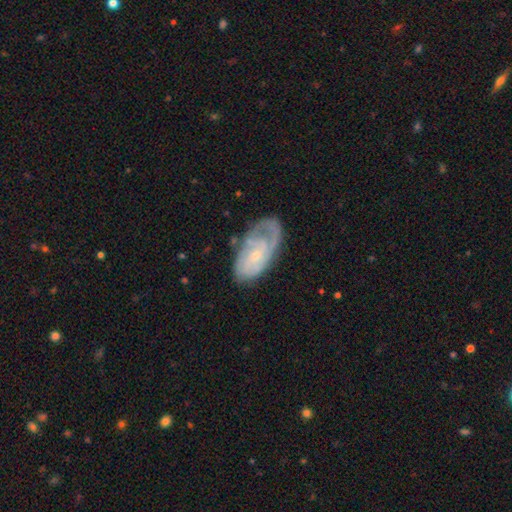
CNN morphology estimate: This appears to be a featured or disk galaxy (72%) with no bar (69%), tight (53%) spiral arms (86%) and a small central bulge (74%). Merging: none (53%).